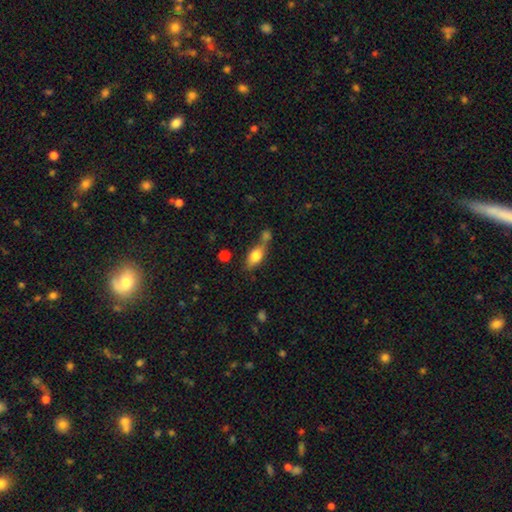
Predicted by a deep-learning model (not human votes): Smooth or featured? smooth (75%)
How rounded? in between (78%)
Merging? none (40%)